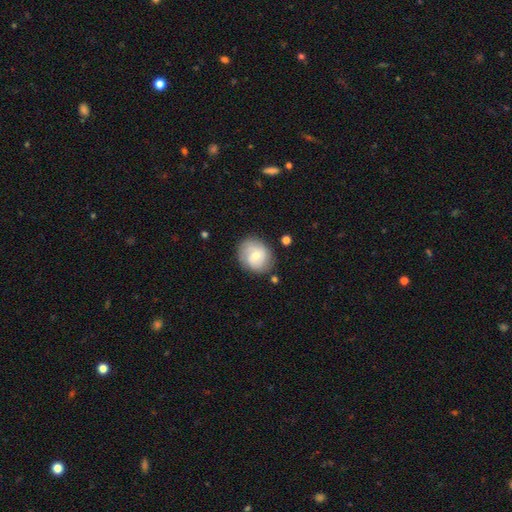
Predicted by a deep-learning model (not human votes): Smooth or featured: featured or disk — 51% (smooth — 42%)
Edge-on disk: no — 97% (yes — 3%)
Merging: none — 78% (minor disturbance — 16%)